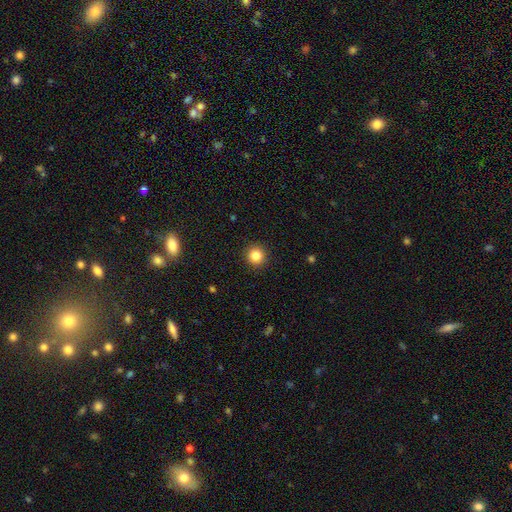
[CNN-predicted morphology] Overall: smooth (84%). How rounded: round (95%). Merging: none (92%).